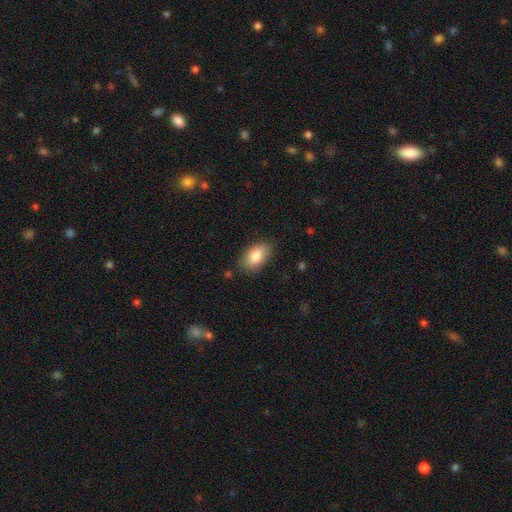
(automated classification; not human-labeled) Q: Smooth or featured?
A: smooth (84%); runner-up: featured or disk (9%)
Q: How rounded?
A: in between (91%); runner-up: round (7%)
Q: Merging?
A: none (81%); runner-up: minor disturbance (14%)